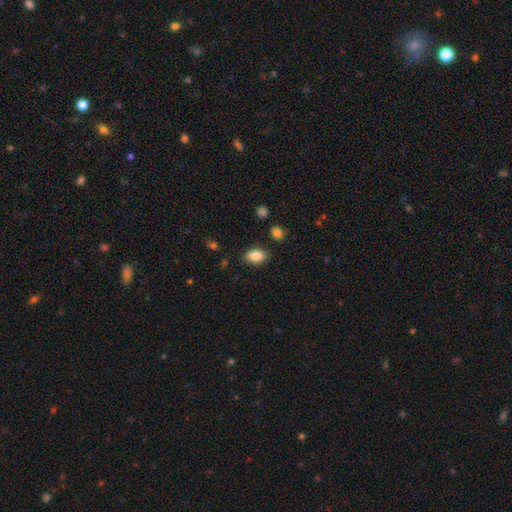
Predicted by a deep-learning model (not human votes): A smooth galaxy with no disk features (86%) that is in between round and cigar-shaped (88%).

Vote fractions:
- Smooth or featured? smooth: 86% / star or artifact: 8% / featured or disk: 6%
- How rounded? in between: 88% / round: 11% / cigar-shaped: 2%
- Merging? none: 85% / minor disturbance: 11% / major disturbance: 3% / merger: 2%